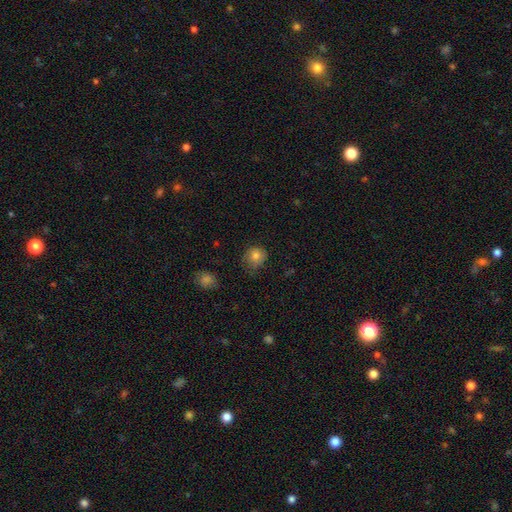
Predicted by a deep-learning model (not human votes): A smooth galaxy with no disk features (80%) that is round (83%).

Vote fractions:
- Smooth or featured? smooth: 80% / star or artifact: 10% / featured or disk: 10%
- How rounded? round: 83% / in between: 16% / cigar-shaped: 1%
- Merging? none: 66% / minor disturbance: 26% / major disturbance: 7% / merger: 1%